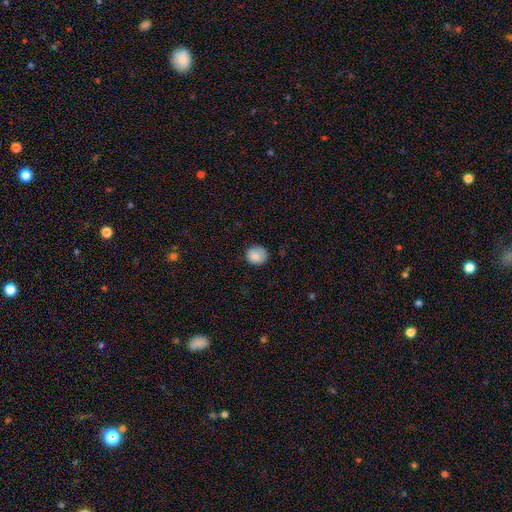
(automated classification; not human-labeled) smooth 84%, star or artifact 8%, featured or disk 8%. Down the decision tree: how rounded — round (80%); merging — none (79%).